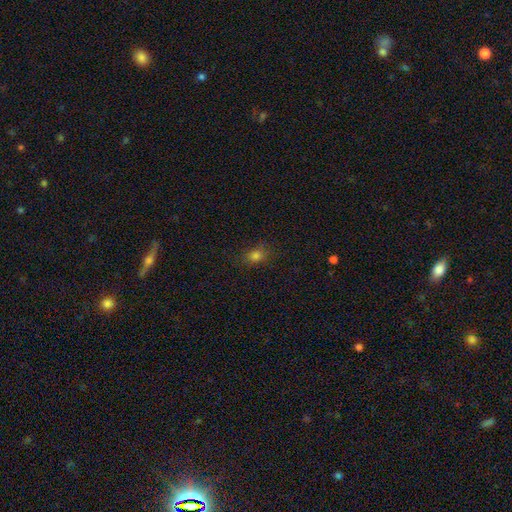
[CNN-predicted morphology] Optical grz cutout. It shows a smooth galaxy with no disk features (78%) that is in between round and cigar-shaped (56%). Merging: none (78%).